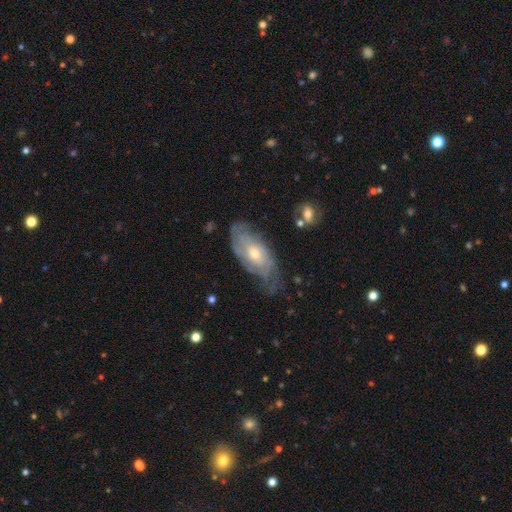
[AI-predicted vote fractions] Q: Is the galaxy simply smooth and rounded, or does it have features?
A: featured or disk — 70%.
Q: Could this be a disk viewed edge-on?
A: no — 87%.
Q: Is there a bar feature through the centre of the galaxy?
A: no — 73%.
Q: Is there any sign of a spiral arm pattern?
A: yes — 83%.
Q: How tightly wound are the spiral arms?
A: tight — 63%.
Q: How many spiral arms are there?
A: can't tell — 57%.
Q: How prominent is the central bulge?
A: moderate — 58%.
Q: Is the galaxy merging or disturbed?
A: none — 64%.